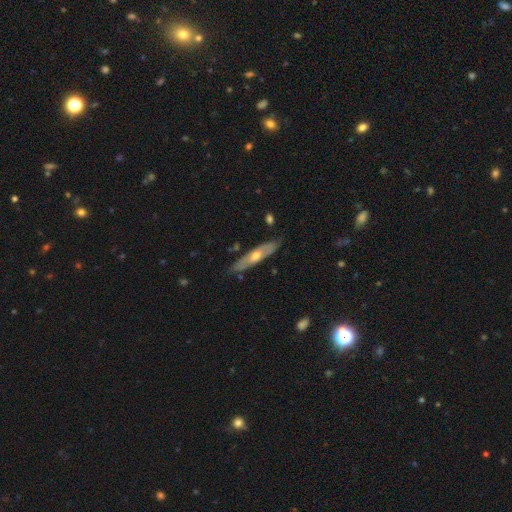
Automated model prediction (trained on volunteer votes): smooth_or_featured: featured or disk (p=0.65) [alt: smooth p=0.29]
disk_edge_on: yes (p=0.57) [alt: no p=0.43]
merging: none (p=0.82) [alt: minor disturbance p=0.13]